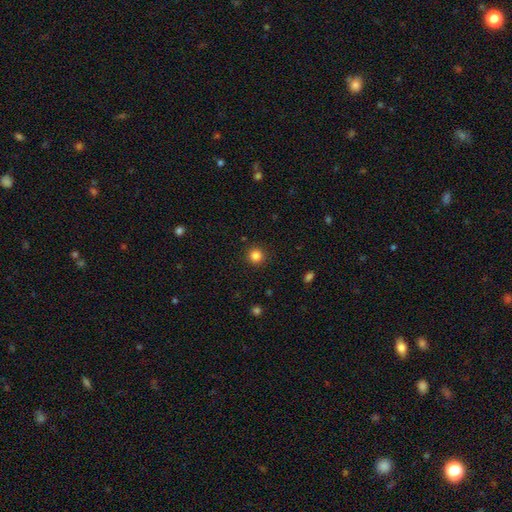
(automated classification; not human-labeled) smooth_or_featured: smooth (p=0.84) [alt: star or artifact p=0.12]
how_rounded: round (p=0.94) [alt: in between p=0.05]
merging: none (p=0.91) [alt: minor disturbance p=0.05]